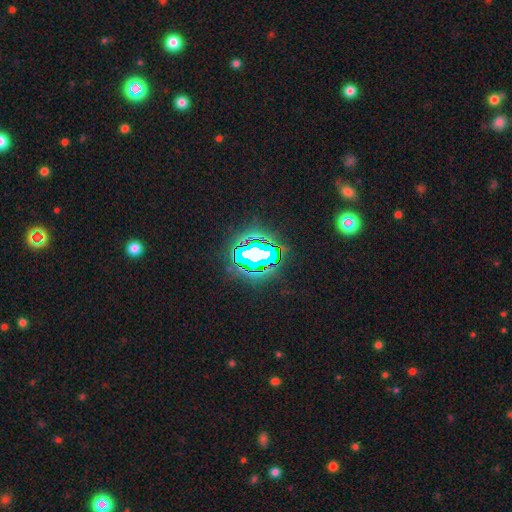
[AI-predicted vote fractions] A star or artifact, not a galaxy (66%).